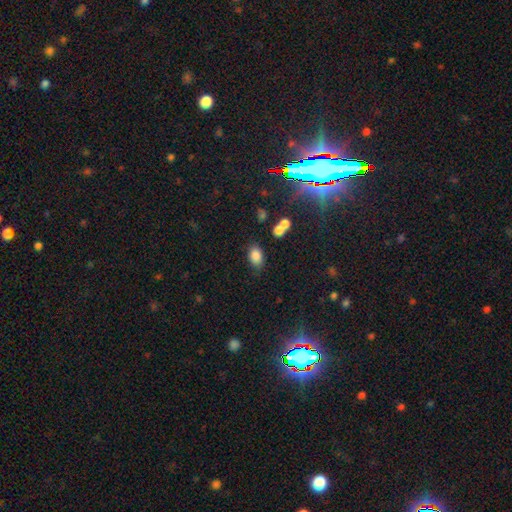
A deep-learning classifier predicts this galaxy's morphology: smooth 85%, star or artifact 9%, featured or disk 6%. Down the decision tree: how rounded — in between (85%); merging — none (71%).